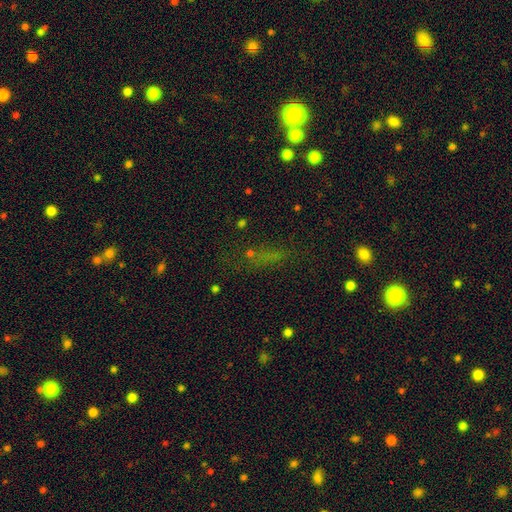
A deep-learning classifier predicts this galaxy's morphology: type=smooth (43%); merging=none (59%).